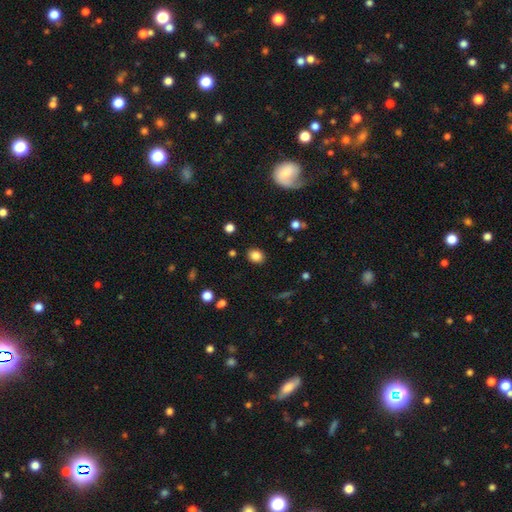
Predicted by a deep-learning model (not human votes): Smooth or featured? smooth (84%)
How rounded? round (52%)
Merging? none (88%)